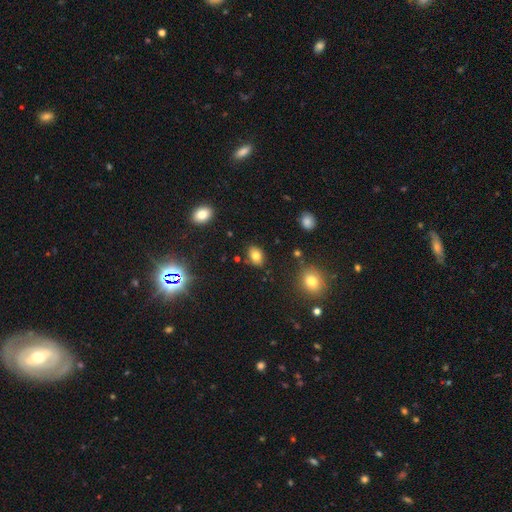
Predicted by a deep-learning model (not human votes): Smooth or featured? smooth (78%)
How rounded? in between (77%)
Merging? none (84%)